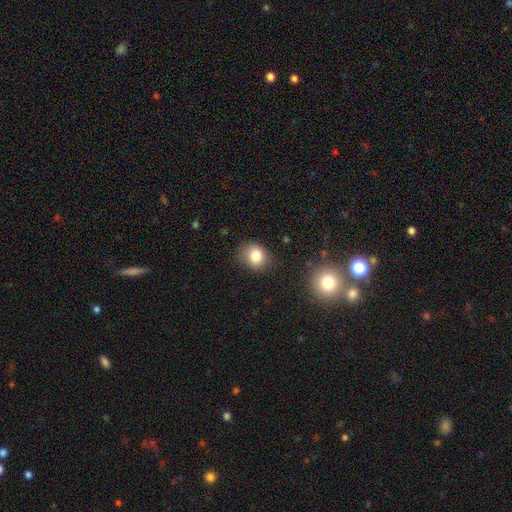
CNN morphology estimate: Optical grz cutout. It shows a smooth galaxy with no disk features (83%) that is round (71%). Merging: none (74%).